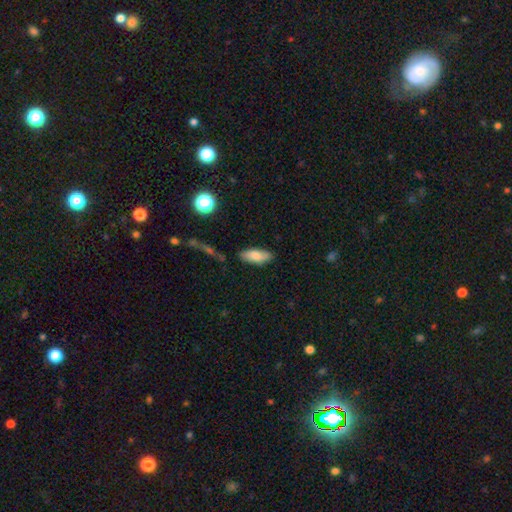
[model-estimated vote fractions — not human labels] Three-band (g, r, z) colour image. It shows a smooth galaxy with no disk features (82%) that is in between round and cigar-shaped (77%). Merging: none (81%).